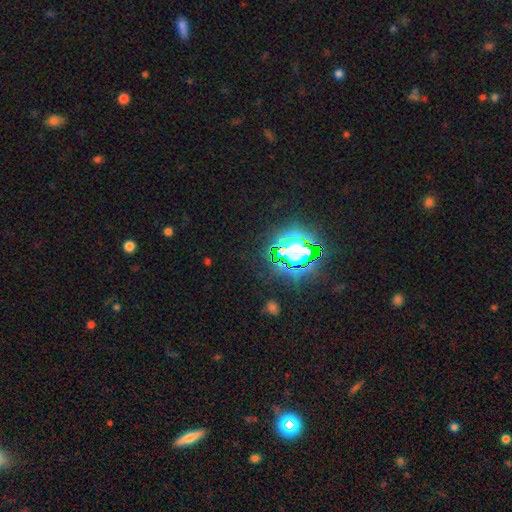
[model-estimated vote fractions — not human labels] Smooth or featured? star or artifact (79%)